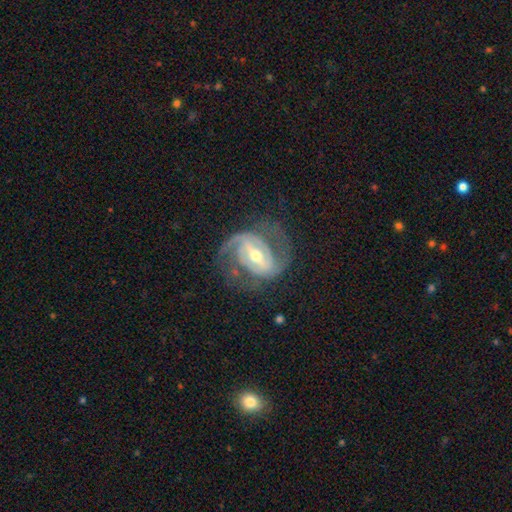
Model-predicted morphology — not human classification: This is clearly a featured or disk galaxy (90%). It is clearly not viewed edge-on (97%). Bar: possibly strong (47%). Spiral arm pattern: clearly yes (97%). Spiral arm count: clearly 2 (82%). Spiral winding: possibly medium (51%). Central bulge: likely moderate (65%). Merging: likely none (68%).